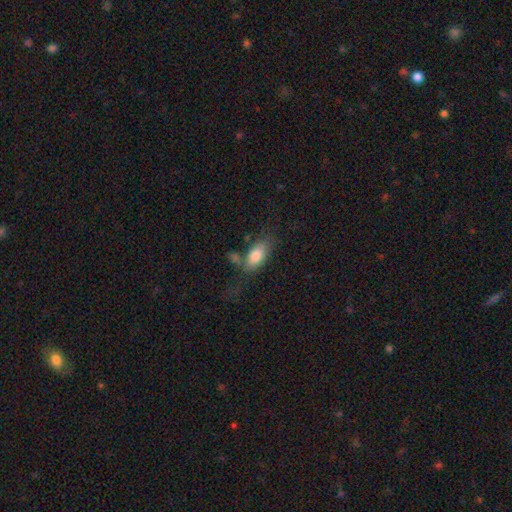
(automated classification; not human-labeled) Smooth or featured? Predicted: smooth (p=0.78). How rounded? Predicted: in between (p=0.89). Merging? Predicted: none (p=0.54).